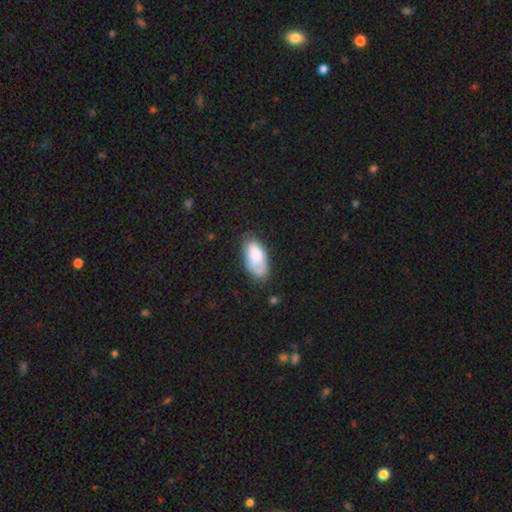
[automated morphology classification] A smooth galaxy with no disk features (74%) that is in between round and cigar-shaped (93%). Merging: none (62%).